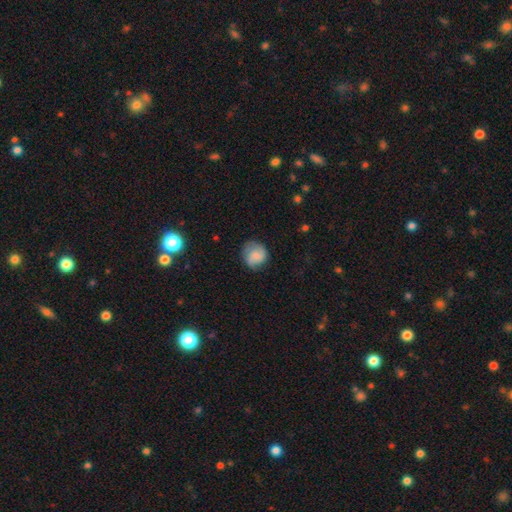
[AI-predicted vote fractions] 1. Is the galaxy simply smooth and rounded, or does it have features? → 66% smooth, 26% featured or disk, 8% star or artifact.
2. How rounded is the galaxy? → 84% round, 15% in between, 1% cigar-shaped.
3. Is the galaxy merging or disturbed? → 69% none, 22% minor disturbance, 8% major disturbance, 1% merger.